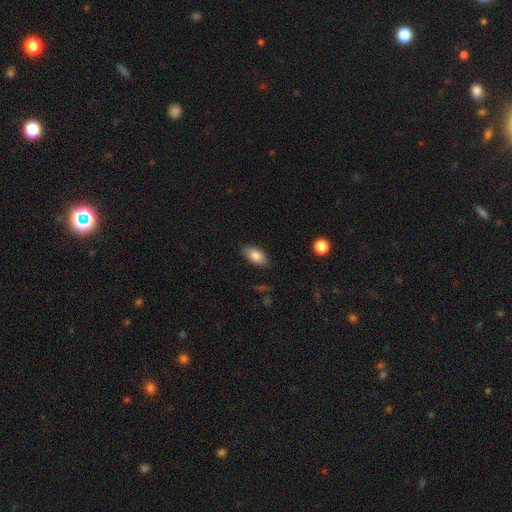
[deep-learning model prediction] smooth_or_featured: smooth (p=0.81) [alt: featured or disk p=0.12]
how_rounded: in between (p=0.91) [alt: cigar-shaped p=0.05]
merging: none (p=0.85) [alt: minor disturbance p=0.11]